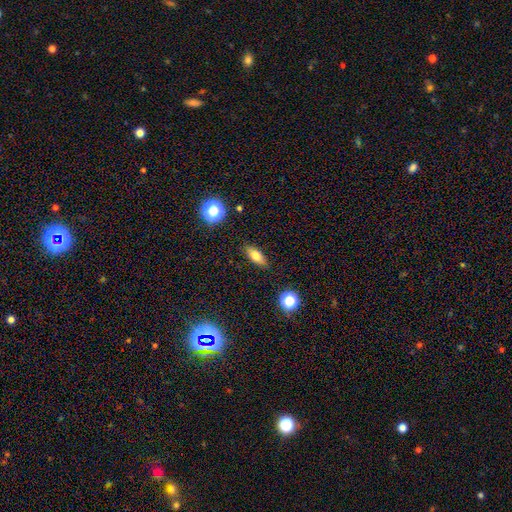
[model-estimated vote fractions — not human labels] smooth 71%, featured or disk 19%, star or artifact 10%. Down the decision tree: how rounded — in between (69%); merging — none (87%).